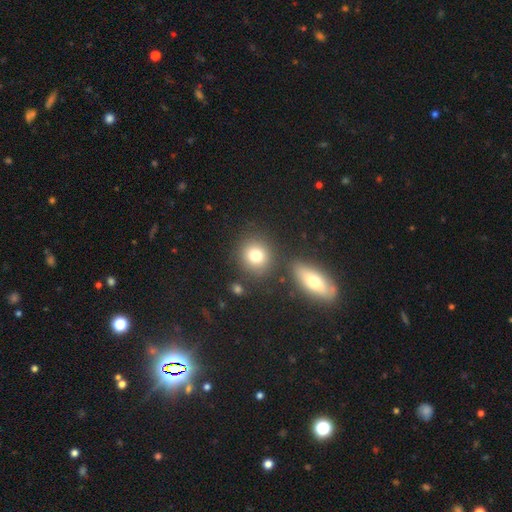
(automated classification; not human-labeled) Smooth or featured? smooth (79%)
How rounded? round (84%)
Merging? none (77%)